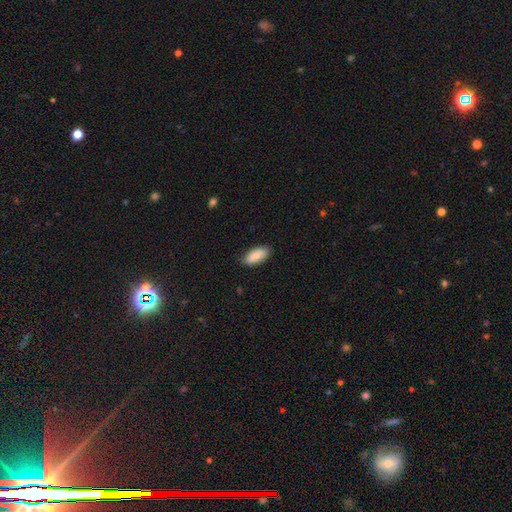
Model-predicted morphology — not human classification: Overall: smooth (85%). How rounded: in between (89%). Merging: none (85%).